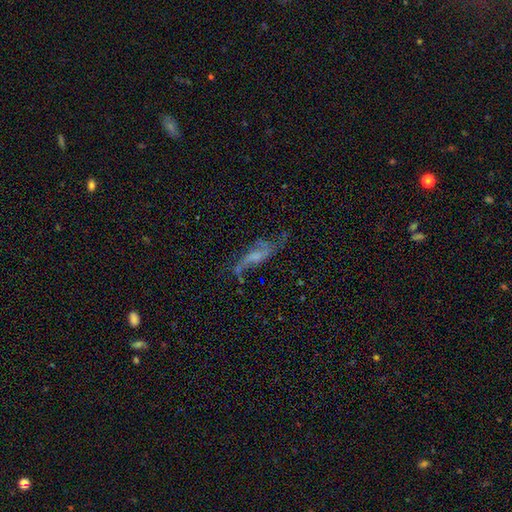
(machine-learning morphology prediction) type=featured or disk (69%); edge-on=no (82%); bar=no (54%); spiral arms=yes (80%); bulge=small (36%); merging=none (44%).